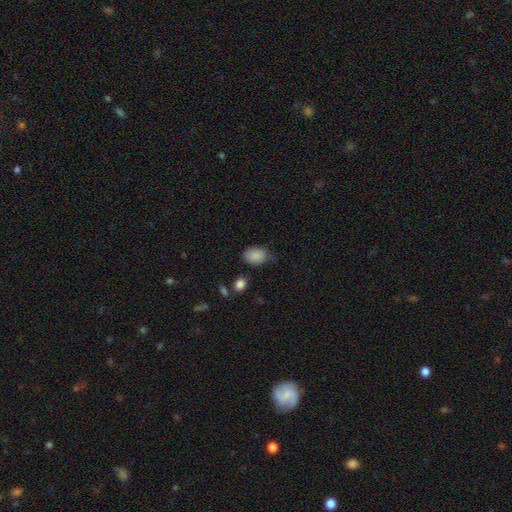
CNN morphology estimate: A smooth galaxy with no disk features (88%) that is in between round and cigar-shaped (78%). Merging: none (65%).